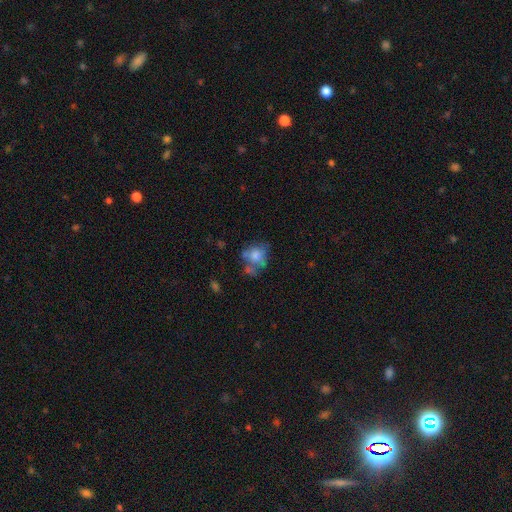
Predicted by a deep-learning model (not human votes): The model was most divided on "merging": none: 40%, minor disturbance: 23%, merger: 20%, major disturbance: 17%. More confident: smooth or featured — smooth (61%); how rounded — round (59%).